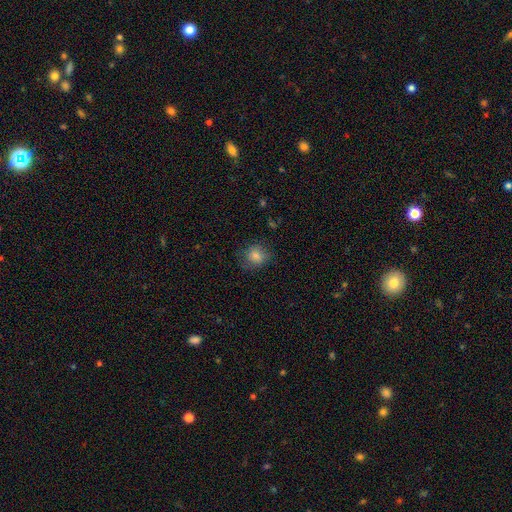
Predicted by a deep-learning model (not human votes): This appears to be a smooth galaxy with no disk features (81%) that is round (75%). Merging: none (77%).